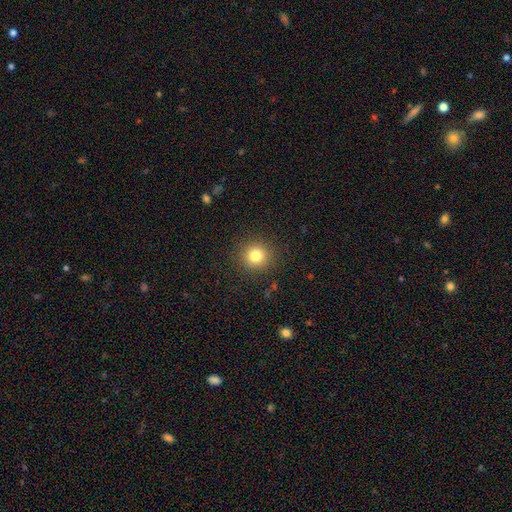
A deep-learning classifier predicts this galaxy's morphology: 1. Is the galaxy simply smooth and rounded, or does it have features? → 81% smooth, 12% star or artifact, 7% featured or disk.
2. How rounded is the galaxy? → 94% round, 6% in between, 1% cigar-shaped.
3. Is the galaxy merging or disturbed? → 90% none, 6% minor disturbance, 2% major disturbance, 1% merger.